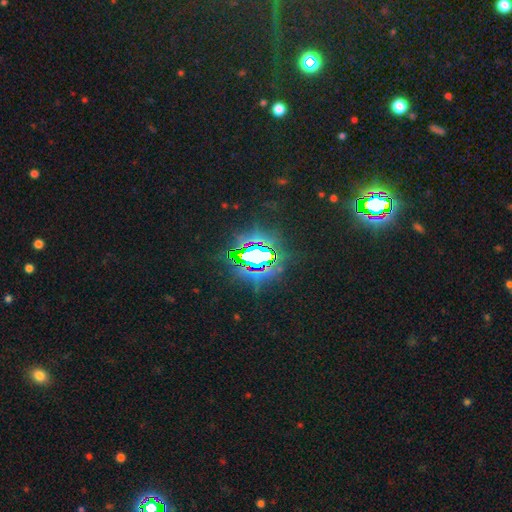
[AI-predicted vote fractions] This is clearly a star or artifact rather than a galaxy (80%).